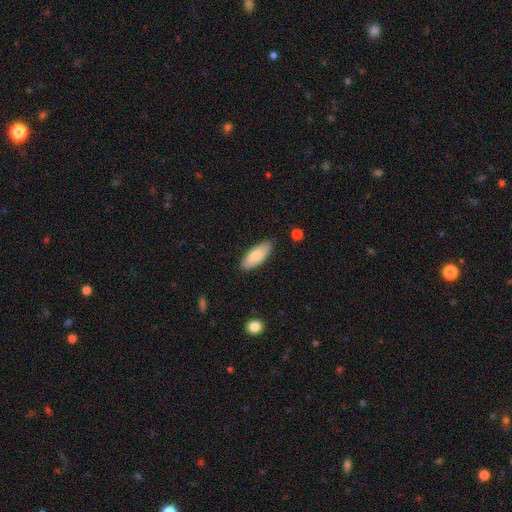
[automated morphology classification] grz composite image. It shows a smooth galaxy with no disk features (80%) that is in between round and cigar-shaped (80%). Merging: none (85%).